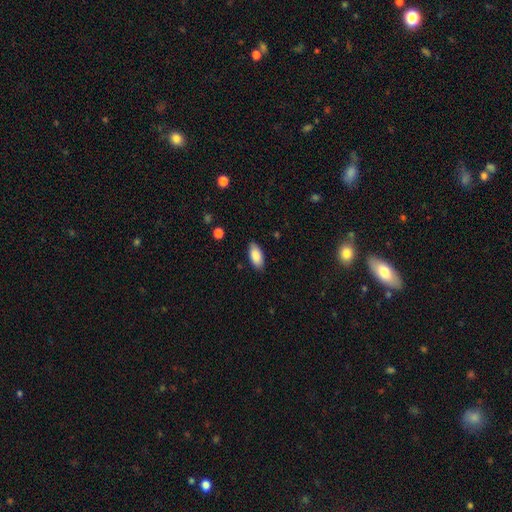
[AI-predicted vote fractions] Smooth or featured: smooth — 87% (featured or disk — 6%)
How rounded: in between — 91% (cigar-shaped — 7%)
Merging: none — 86% (minor disturbance — 11%)